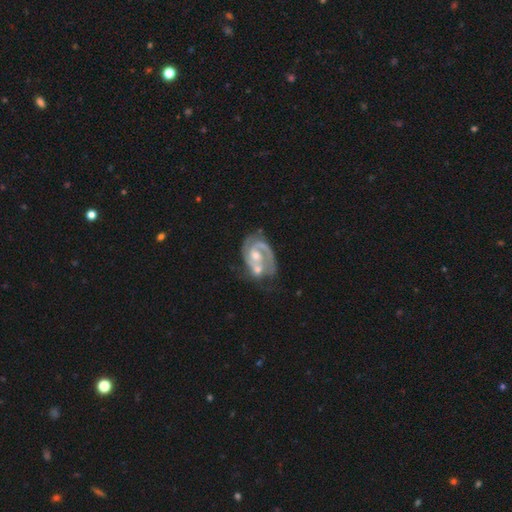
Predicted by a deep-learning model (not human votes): smooth-or-featured: featured or disk: 88% | smooth: 8% | star or artifact: 4%
  disk-edge-on: no: 98% | yes: 2%
    bar: no: 55% | weak: 37% | strong: 8%
    has-spiral-arms: yes: 95% | no: 5%
      spiral-winding: tight: 44% | medium: 43% | loose: 12%
      spiral-arm-count: 2: 64% | 1: 18% | can't tell: 9% | 3: 5% | 4: 2% | more than 4: 2%
    bulge-size: moderate: 60% | small: 34% | large: 3% | none: 2% | dominant: 1%
  merging: merger: 39% | none: 31% | minor disturbance: 16% | major disturbance: 14%